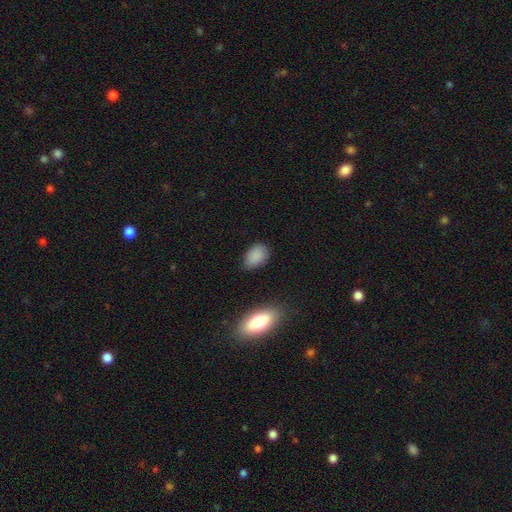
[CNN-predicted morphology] type=smooth (86%); roundness=in between (87%); merging=none (75%).